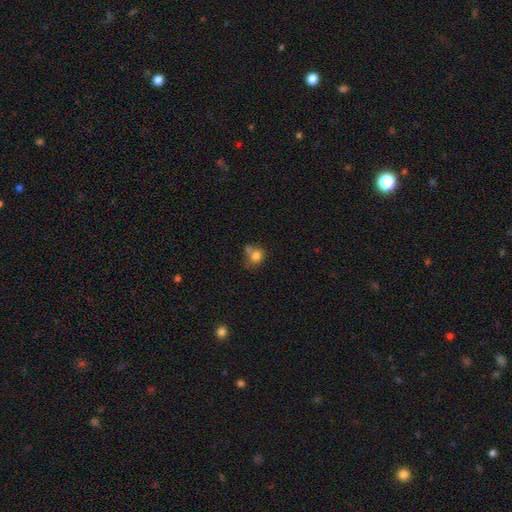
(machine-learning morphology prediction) Smooth or featured: smooth — 79% (star or artifact — 11%)
How rounded: round — 75% (in between — 24%)
Merging: none — 44% (merger — 31%)